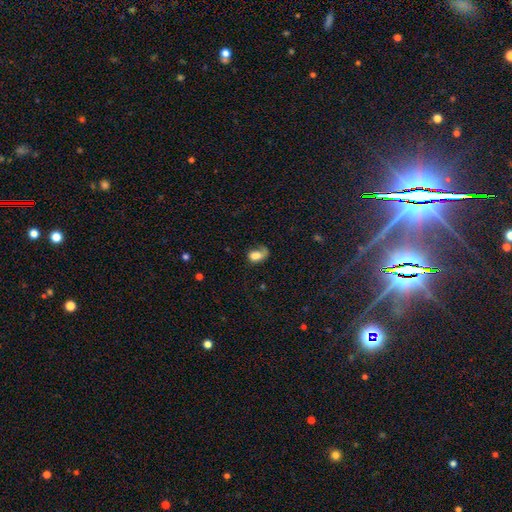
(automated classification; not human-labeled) A smooth galaxy with no disk features (66%) that is in between round and cigar-shaped (81%). Merging: major disturbance (38%).